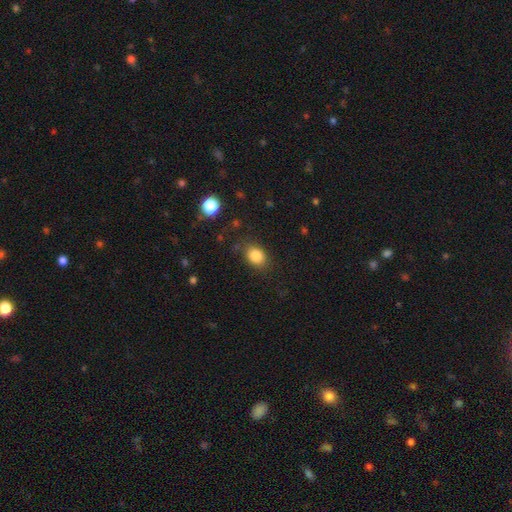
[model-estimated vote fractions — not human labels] This appears to be a smooth galaxy with no disk features (85%) that is in between round and cigar-shaped (59%). Merging: none (80%).